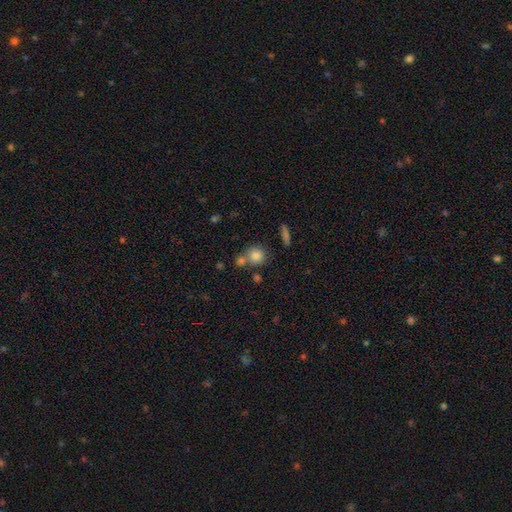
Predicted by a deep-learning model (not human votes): Overall: smooth (80%). How rounded: round (84%). Merging: none (57%; merger 29%).